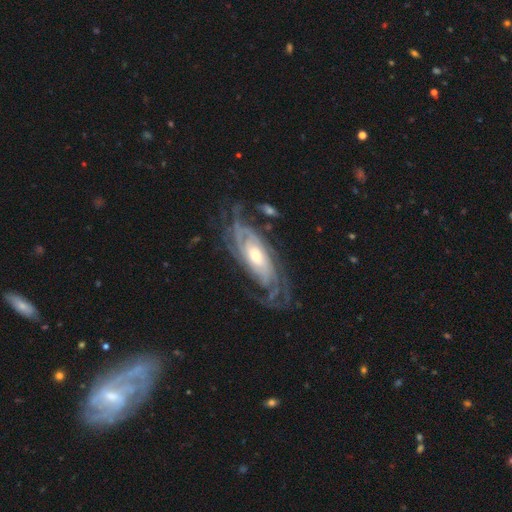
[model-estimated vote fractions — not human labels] This is clearly a featured or disk galaxy (90%). It is clearly not viewed edge-on (92%). Bar: likely no (67%). Spiral arm pattern: clearly yes (96%). Spiral arm count: marginally can't tell (34%). Spiral winding: likely tight (72%). Central bulge: possibly moderate (53%). Merging: likely none (67%).